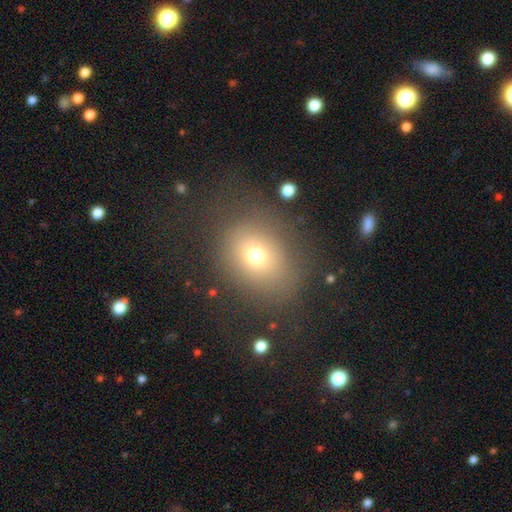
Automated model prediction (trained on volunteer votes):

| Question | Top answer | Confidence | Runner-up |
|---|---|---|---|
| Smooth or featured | smooth | 69% | star or artifact (18%) |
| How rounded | round | 59% | in between (40%) |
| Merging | none | 73% | minor disturbance (14%) |